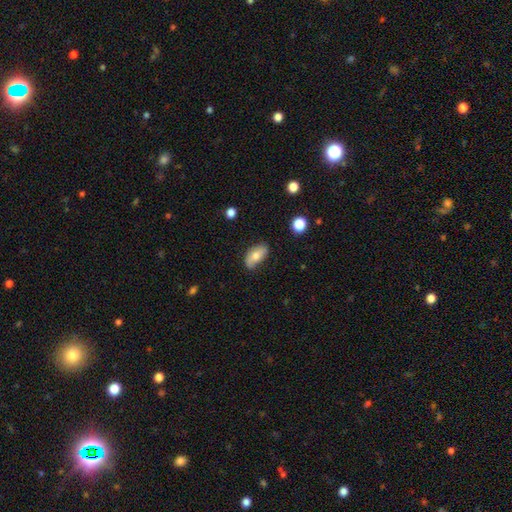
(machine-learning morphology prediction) Smooth or featured? Predicted: smooth (p=0.72). How rounded? Predicted: in between (p=0.91). Merging? Predicted: none (p=0.72).